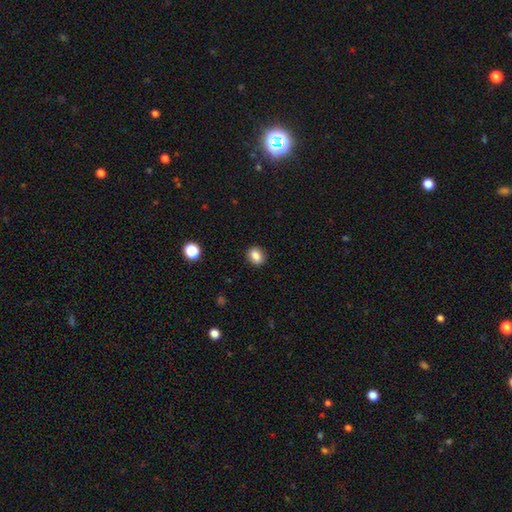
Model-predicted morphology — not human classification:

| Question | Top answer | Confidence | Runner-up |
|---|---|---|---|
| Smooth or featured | smooth | 84% | star or artifact (10%) |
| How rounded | round | 57% | in between (41%) |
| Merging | none | 89% | minor disturbance (7%) |